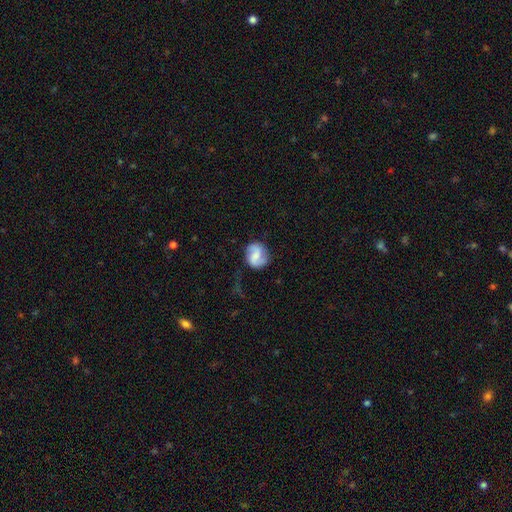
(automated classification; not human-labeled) featured or disk 63%, smooth 30%, star or artifact 7%. Down the decision tree: edge-on disk — no (98%); bar — weak (48%); spiral arms — yes (92%); spiral arm count — 2 (88%); spiral winding — medium (43%); bulge size — moderate (31%, tied with small); merging — none (71%).